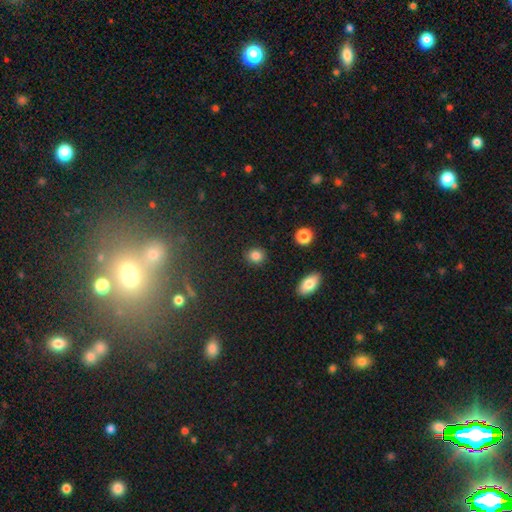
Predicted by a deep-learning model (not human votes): Smooth or featured? smooth (84%)
How rounded? round (76%)
Merging? none (88%)